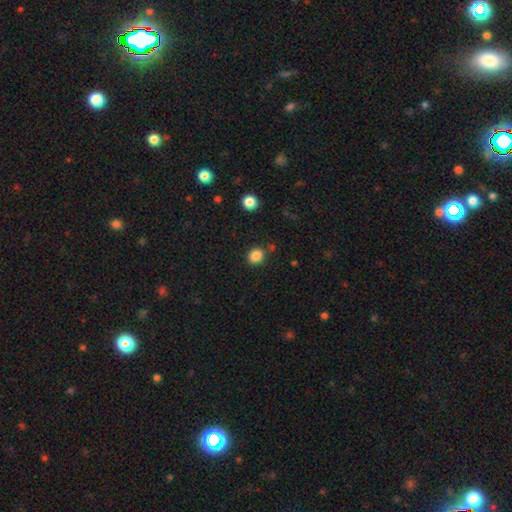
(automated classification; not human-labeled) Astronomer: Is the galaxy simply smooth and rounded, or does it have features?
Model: smooth — 85%.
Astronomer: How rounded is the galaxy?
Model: round — 75%.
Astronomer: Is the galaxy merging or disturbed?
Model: none — 83%.